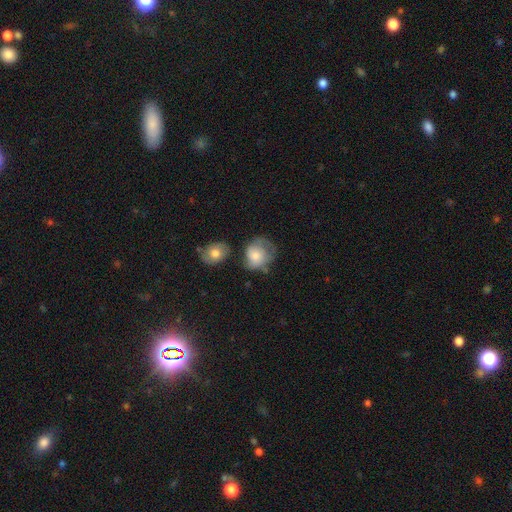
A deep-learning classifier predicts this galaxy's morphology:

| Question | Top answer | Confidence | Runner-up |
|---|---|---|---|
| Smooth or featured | smooth | 69% | featured or disk (24%) |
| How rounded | round | 64% | in between (35%) |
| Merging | none | 37% | minor disturbance (31%) |